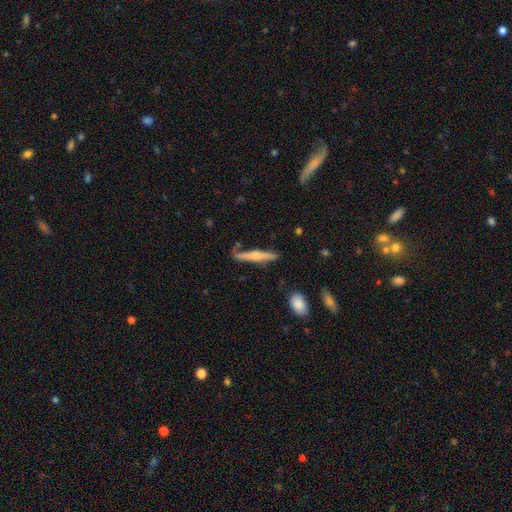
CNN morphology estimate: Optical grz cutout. It shows a featured or disk galaxy (57%) viewed edge-on (95%) with a rounded central bulge (82%). Merging: none (77%).